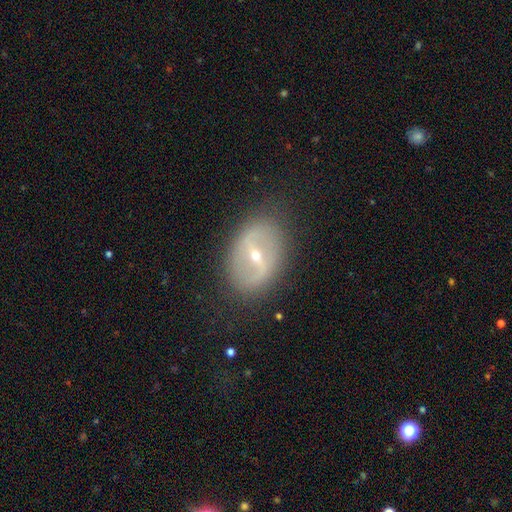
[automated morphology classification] Smooth or featured: featured or disk — 77% (smooth — 15%)
Edge-on disk: no — 94% (yes — 6%)
Bar: strong — 51% (weak — 36%)
Spiral arms: yes — 52% (no — 48%)
Bulge size: small — 63% (moderate — 35%)
Merging: none — 83% (minor disturbance — 11%)